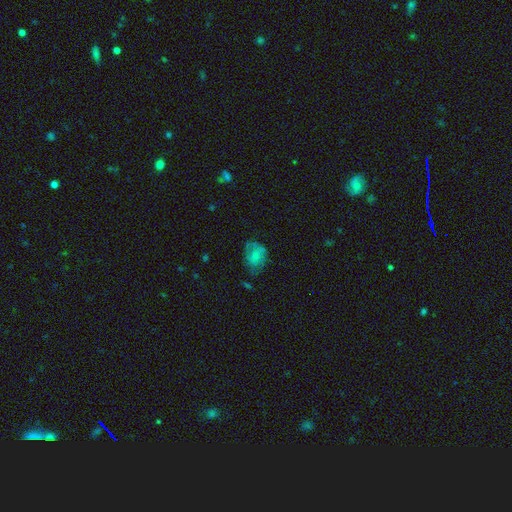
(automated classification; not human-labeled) A smooth galaxy with no disk features (59%) that is in between round and cigar-shaped (68%).

Vote fractions:
- Smooth or featured? smooth: 59% / featured or disk: 31% / star or artifact: 10%
- How rounded? in between: 68% / round: 31% / cigar-shaped: 1%
- Merging? none: 49% / minor disturbance: 31% / major disturbance: 17% / merger: 3%